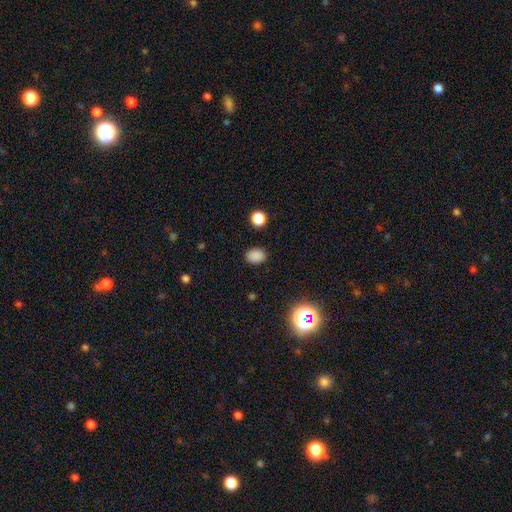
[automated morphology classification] The model was most divided on "how rounded": in between: 69%, round: 29%, cigar-shaped: 1%. More confident: merging — none (88%); smooth or featured — smooth (84%).